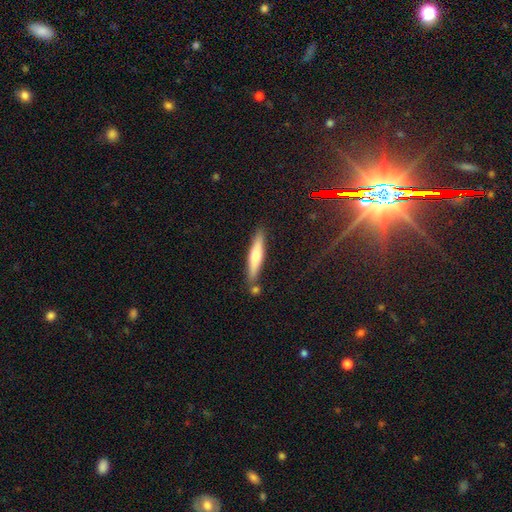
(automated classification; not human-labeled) Q: Smooth or featured?
A: smooth (58%); runner-up: featured or disk (36%)
Q: How rounded?
A: cigar-shaped (86%); runner-up: in between (12%)
Q: Merging?
A: none (82%); runner-up: minor disturbance (10%)